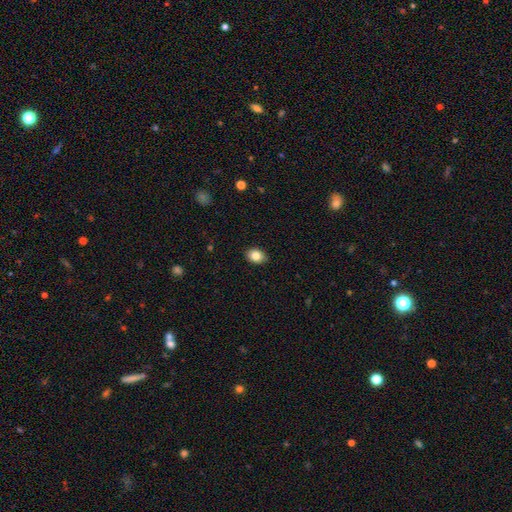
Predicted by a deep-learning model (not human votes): A smooth galaxy with no disk features (84%) that is in between round and cigar-shaped (71%).

Vote fractions:
- Smooth or featured? smooth: 84% / star or artifact: 9% / featured or disk: 8%
- How rounded? in between: 71% / round: 28% / cigar-shaped: 1%
- Merging? none: 87% / minor disturbance: 10% / major disturbance: 2% / merger: 1%